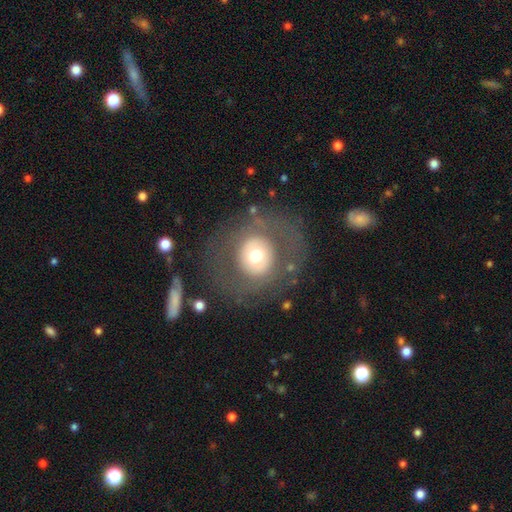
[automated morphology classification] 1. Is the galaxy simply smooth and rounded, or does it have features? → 51% smooth, 39% featured or disk, 10% star or artifact.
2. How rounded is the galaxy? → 85% round, 14% in between, 1% cigar-shaped.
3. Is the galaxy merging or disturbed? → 74% none, 13% major disturbance, 11% minor disturbance, 2% merger.